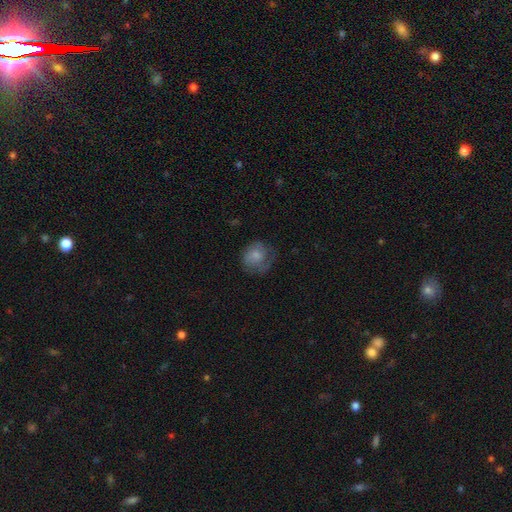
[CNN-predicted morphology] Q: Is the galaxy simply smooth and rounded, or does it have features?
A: smooth — 67%.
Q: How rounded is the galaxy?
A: round — 76%.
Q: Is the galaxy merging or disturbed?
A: none — 52%.